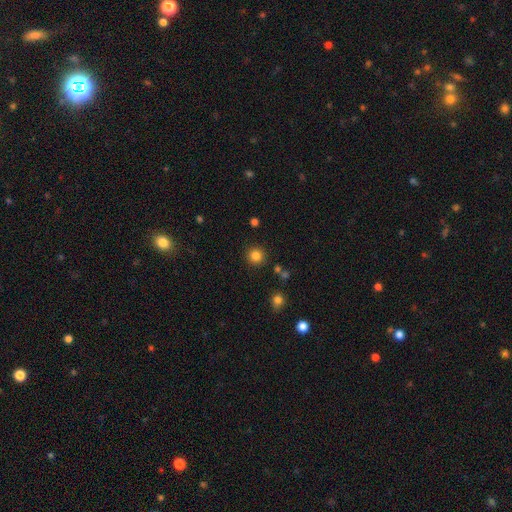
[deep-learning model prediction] smooth 83%, star or artifact 12%, featured or disk 5%. Down the decision tree: how rounded — round (94%); merging — none (89%).